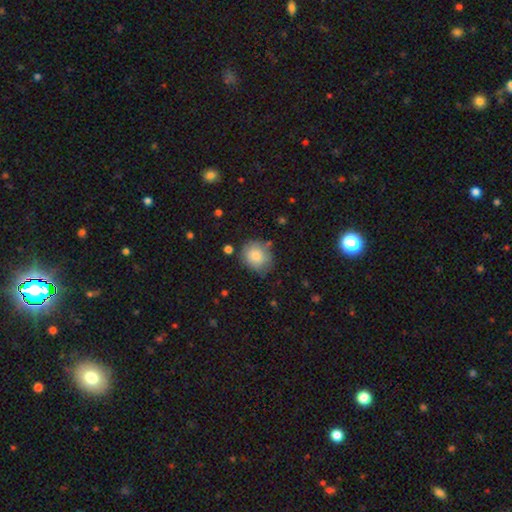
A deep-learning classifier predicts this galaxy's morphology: A smooth galaxy with no disk features (81%) that is round (71%).

Vote fractions:
- Smooth or featured? smooth: 81% / featured or disk: 11% / star or artifact: 8%
- How rounded? round: 71% / in between: 28% / cigar-shaped: 1%
- Merging? none: 69% / minor disturbance: 22% / major disturbance: 5% / merger: 4%